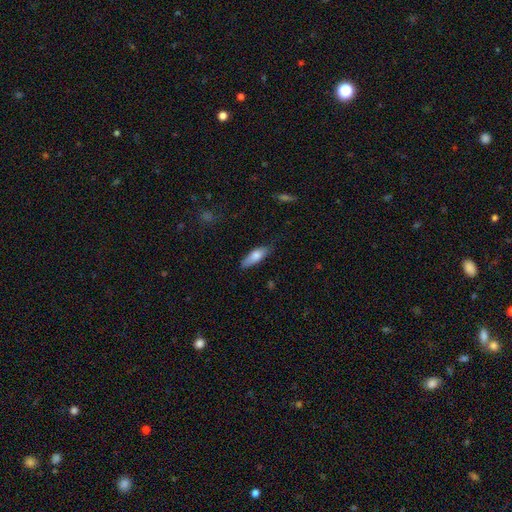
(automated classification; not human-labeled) A smooth galaxy with no disk features (77%) that is in between round and cigar-shaped (58%).

Vote fractions:
- Smooth or featured? smooth: 77% / featured or disk: 18% / star or artifact: 6%
- How rounded? in between: 58% / cigar-shaped: 40% / round: 2%
- Merging? none: 76% / minor disturbance: 20% / major disturbance: 3% / merger: 1%